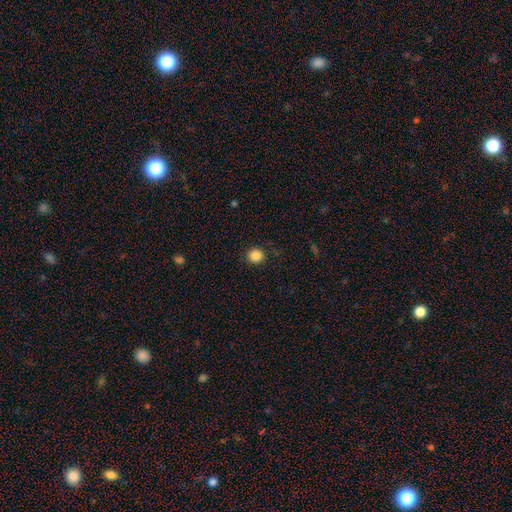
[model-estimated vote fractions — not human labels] The model was most divided on "smooth or featured": smooth: 86%, star or artifact: 10%, featured or disk: 3%. More confident: merging — none (90%); how rounded — round (89%).